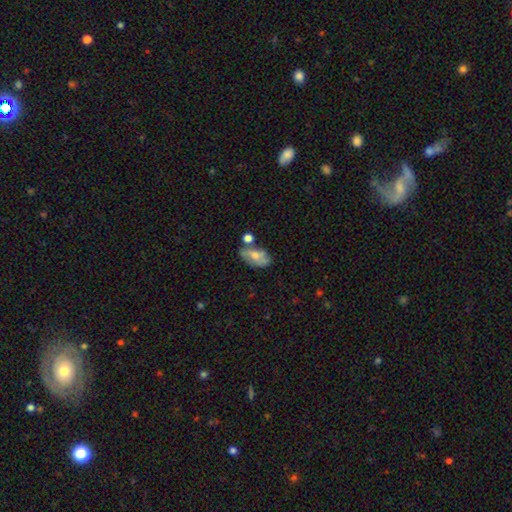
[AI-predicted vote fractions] Smooth or featured?
  - smooth: 58% *
  - featured or disk: 34%
  - star or artifact: 9%
How rounded?
  - in between: 90% *
  - round: 8%
  - cigar-shaped: 3%
Merging?
  - none: 43% *
  - minor disturbance: 24%
  - merger: 21%
  - major disturbance: 12%